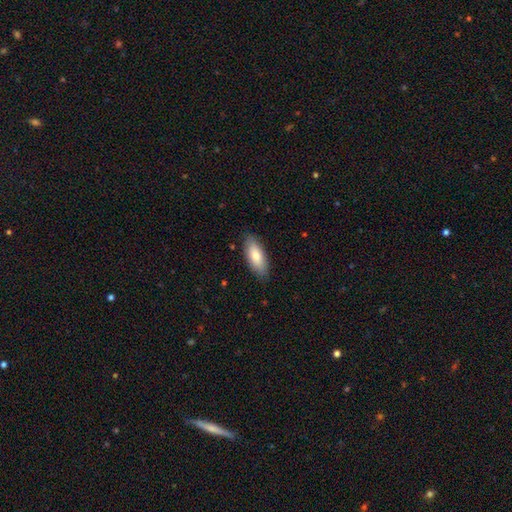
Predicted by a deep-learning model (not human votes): The model was most divided on "how rounded": in between: 77%, cigar-shaped: 21%, round: 2%. More confident: merging — none (86%); smooth or featured — smooth (77%).